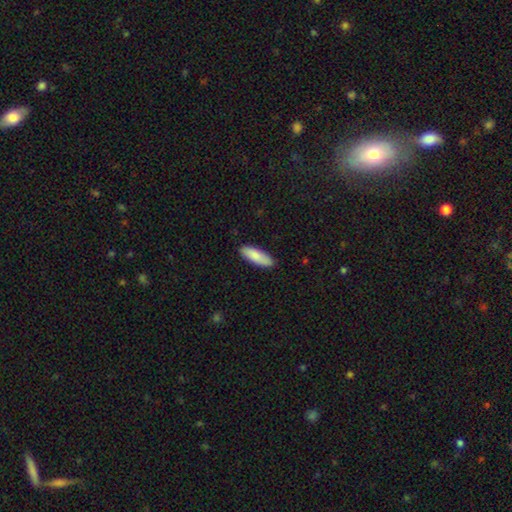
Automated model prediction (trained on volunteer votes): smooth 87%, featured or disk 8%, star or artifact 5%. Down the decision tree: how rounded — in between (60%); merging — none (87%).